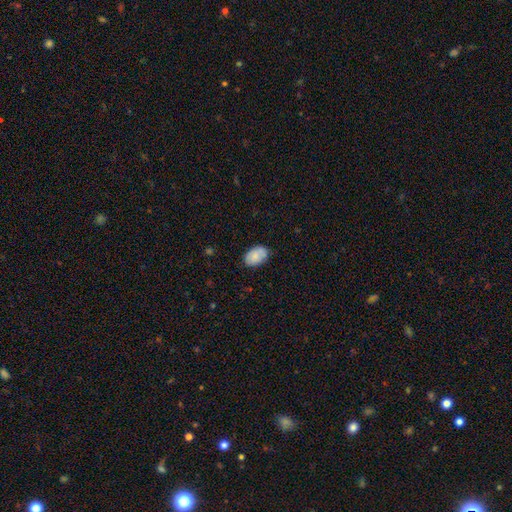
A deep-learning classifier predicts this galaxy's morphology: A smooth galaxy with no disk features (79%) that is in between round and cigar-shaped (90%). Merging: none (78%).